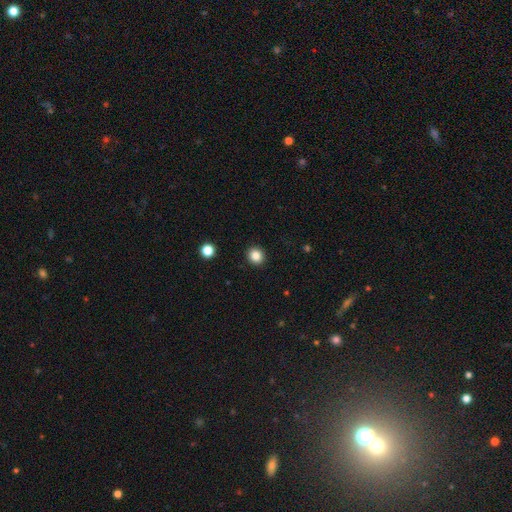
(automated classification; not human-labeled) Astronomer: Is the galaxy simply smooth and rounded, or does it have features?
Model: smooth — 84%.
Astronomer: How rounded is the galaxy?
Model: round — 87%.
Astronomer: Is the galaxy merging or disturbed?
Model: none — 92%.